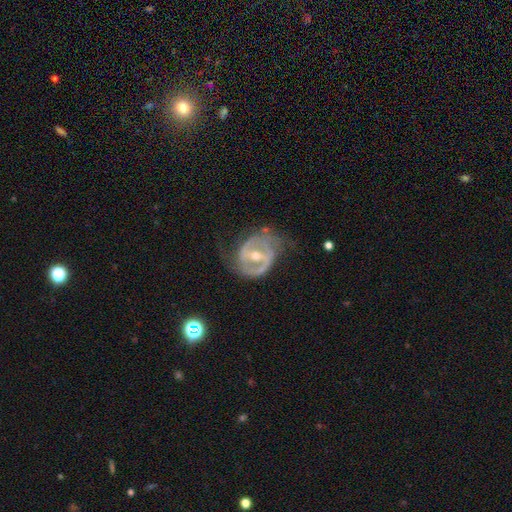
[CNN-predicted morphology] A featured or disk galaxy (87%) with a strong bar (53%), 2 (78%) medium (47%) spiral arms (89%) and a moderate central bulge (53%). Merging: none (59%).